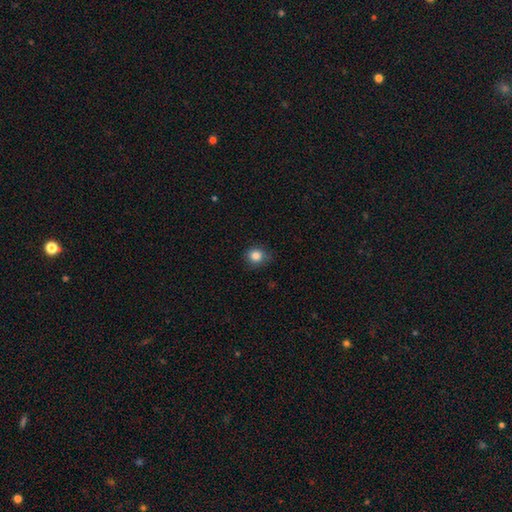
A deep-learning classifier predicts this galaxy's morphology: Smooth or featured?
  - smooth: 84% *
  - star or artifact: 11%
  - featured or disk: 5%
How rounded?
  - round: 81% *
  - in between: 19%
  - cigar-shaped: 1%
Merging?
  - none: 79% *
  - minor disturbance: 17%
  - major disturbance: 3%
  - merger: 1%